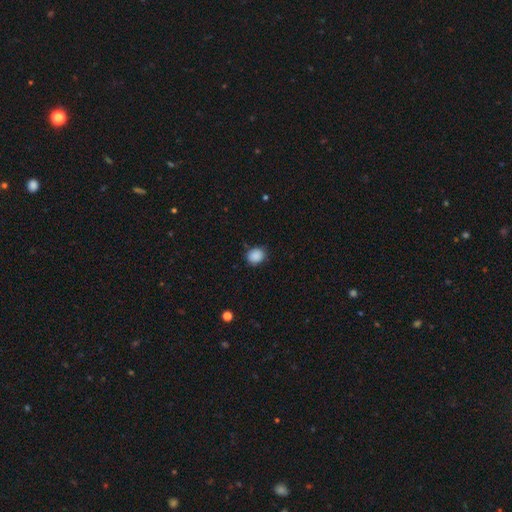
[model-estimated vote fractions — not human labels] Smooth or featured? smooth (88%)
How rounded? round (66%)
Merging? none (83%)